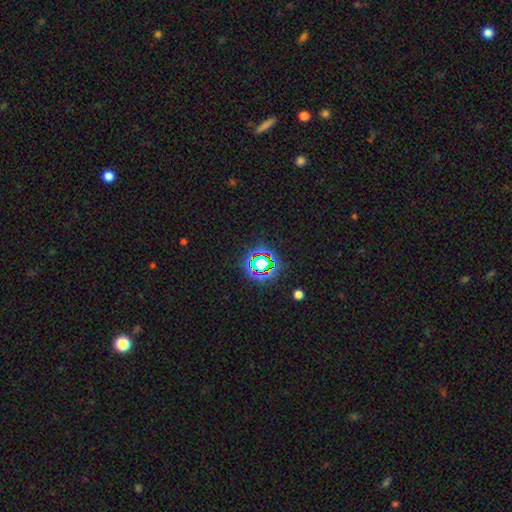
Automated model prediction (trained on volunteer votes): This appears to be a star or artifact, not a galaxy (75%).